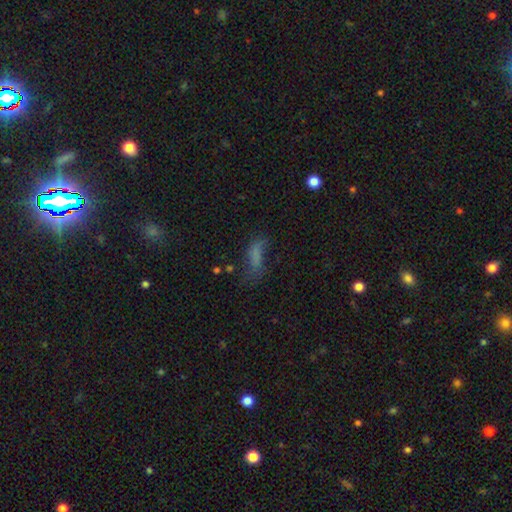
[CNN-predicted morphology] Q: Smooth or featured?
A: smooth (63%); runner-up: featured or disk (21%)
Q: How rounded?
A: in between (65%); runner-up: cigar-shaped (31%)
Q: Merging?
A: none (39%); runner-up: major disturbance (30%)